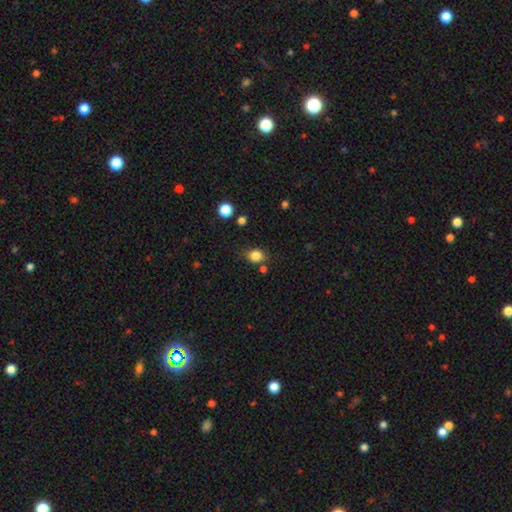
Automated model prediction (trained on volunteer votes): Smooth or featured: smooth — 83% (star or artifact — 11%)
How rounded: round — 51% (in between — 48%)
Merging: none — 72% (minor disturbance — 17%)